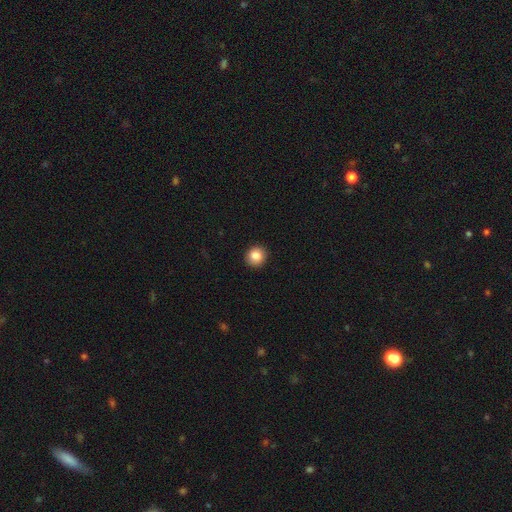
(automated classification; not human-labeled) Q: Smooth or featured?
A: smooth (86%); runner-up: star or artifact (9%)
Q: How rounded?
A: round (89%); runner-up: in between (10%)
Q: Merging?
A: none (91%); runner-up: minor disturbance (6%)